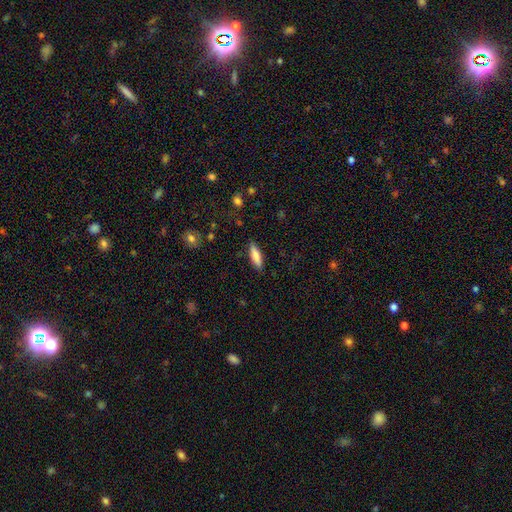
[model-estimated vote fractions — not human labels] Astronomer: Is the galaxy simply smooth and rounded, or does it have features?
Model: smooth — 77%.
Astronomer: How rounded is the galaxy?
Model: cigar-shaped — 59% (runner-up: in between, 39%).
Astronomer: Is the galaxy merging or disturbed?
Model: none — 87%.